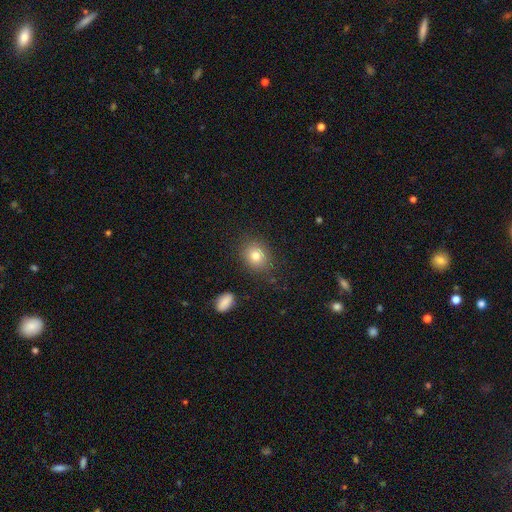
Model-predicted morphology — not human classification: The model was most divided on "how rounded": round: 63%, in between: 36%, cigar-shaped: 1%. More confident: merging — none (84%); smooth or featured — smooth (79%).